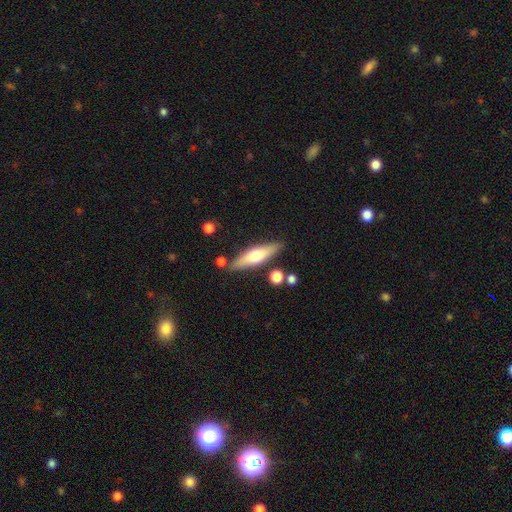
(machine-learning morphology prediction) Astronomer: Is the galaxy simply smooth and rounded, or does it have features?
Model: smooth — 50% (runner-up: featured or disk, 45%).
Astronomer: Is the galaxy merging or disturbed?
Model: none — 82%.